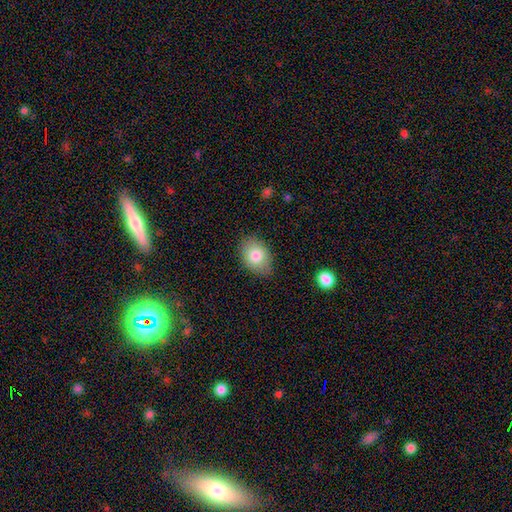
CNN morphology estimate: A smooth galaxy with no disk features (80%) that is in between round and cigar-shaped (79%). Merging: none (82%).